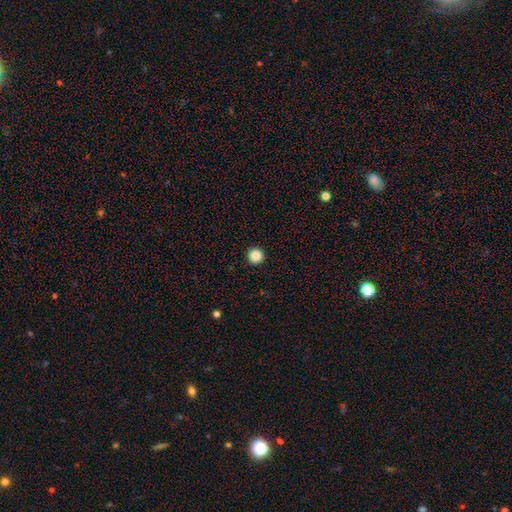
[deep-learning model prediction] Q: Smooth or featured?
A: smooth (87%); runner-up: star or artifact (10%)
Q: How rounded?
A: round (97%); runner-up: in between (2%)
Q: Merging?
A: none (94%); runner-up: minor disturbance (4%)